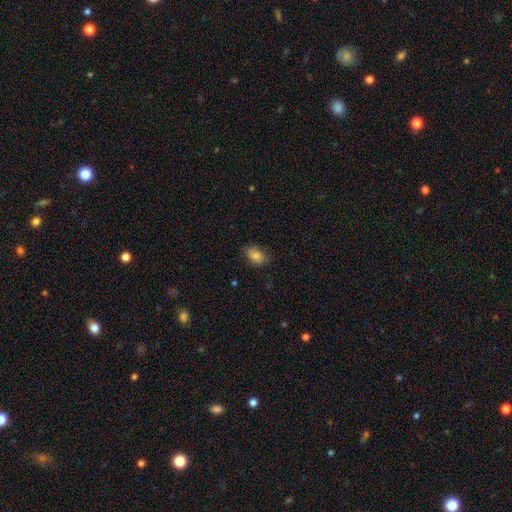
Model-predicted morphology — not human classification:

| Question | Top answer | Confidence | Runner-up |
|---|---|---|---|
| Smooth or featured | smooth | 81% | featured or disk (10%) |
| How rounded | in between | 82% | round (16%) |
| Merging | none | 73% | minor disturbance (21%) |